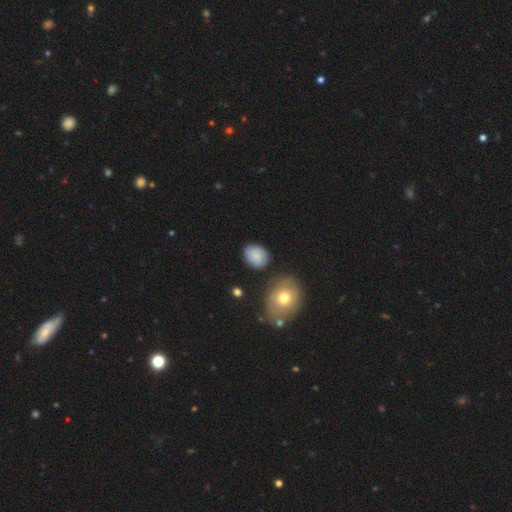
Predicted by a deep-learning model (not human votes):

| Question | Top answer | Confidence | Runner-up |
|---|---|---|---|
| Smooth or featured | smooth | 65% | featured or disk (27%) |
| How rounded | in between | 52% | round (46%) |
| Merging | none | 76% | minor disturbance (16%) |